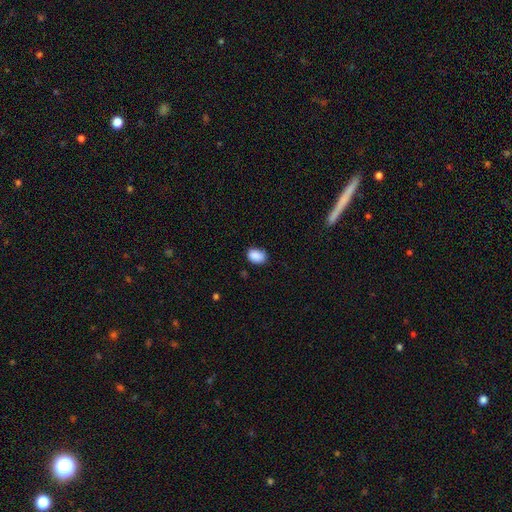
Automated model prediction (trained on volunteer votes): A smooth galaxy with no disk features (88%) that is in between round and cigar-shaped (73%).

Vote fractions:
- Smooth or featured? smooth: 88% / star or artifact: 8% / featured or disk: 4%
- How rounded? in between: 73% / round: 26% / cigar-shaped: 1%
- Merging? none: 73% / minor disturbance: 21% / major disturbance: 4% / merger: 2%